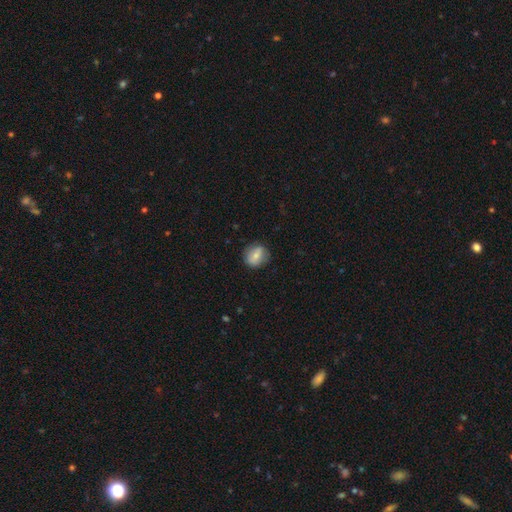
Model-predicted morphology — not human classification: Overall: smooth (64%; featured or disk 27%). How rounded: round (75%). Merging: none (81%).